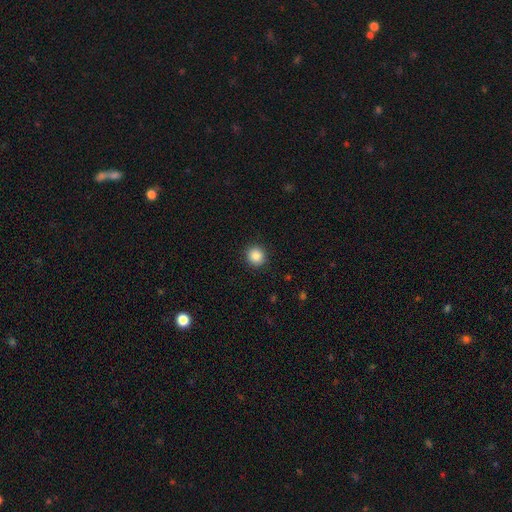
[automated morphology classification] type=smooth (87%); roundness=round (92%); merging=none (92%).